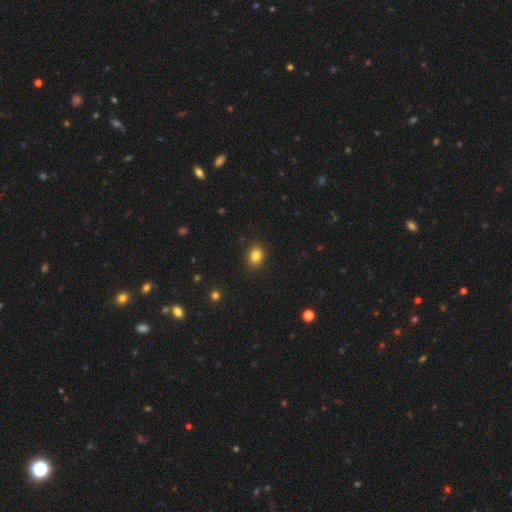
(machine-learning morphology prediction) smooth 84%, star or artifact 11%, featured or disk 6%. Down the decision tree: how rounded — in between (54%); merging — none (88%).